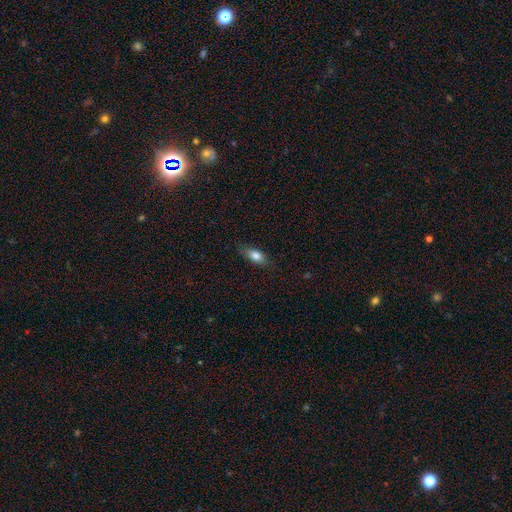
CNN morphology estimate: smooth 80%, featured or disk 13%, star or artifact 8%. Down the decision tree: how rounded — in between (79%); merging — none (81%).